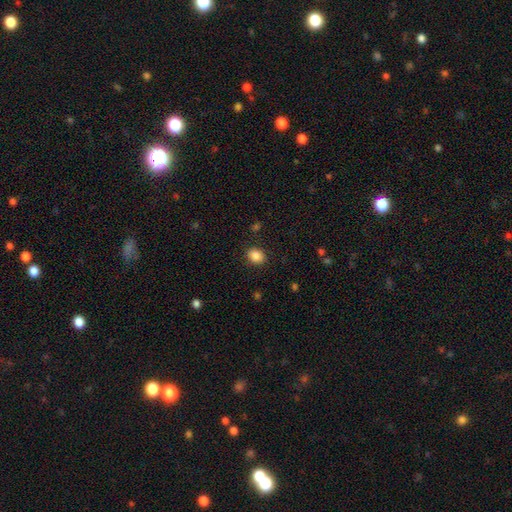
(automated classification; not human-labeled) Q: Smooth or featured?
A: smooth (86%); runner-up: star or artifact (9%)
Q: How rounded?
A: round (52%); runner-up: in between (48%)
Q: Merging?
A: none (87%); runner-up: minor disturbance (9%)